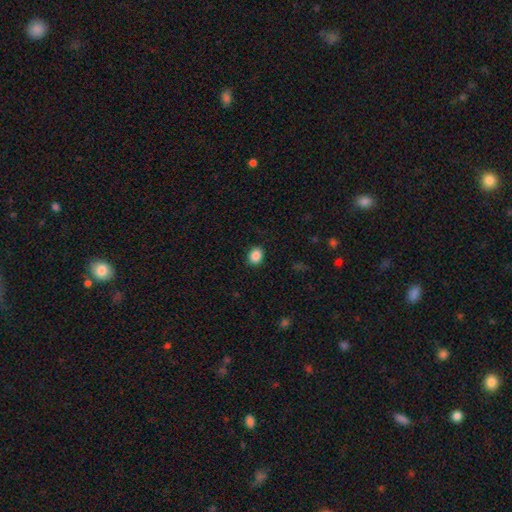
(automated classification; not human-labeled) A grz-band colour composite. It shows a smooth galaxy with no disk features (88%) that is round (51%). Merging: none (89%).